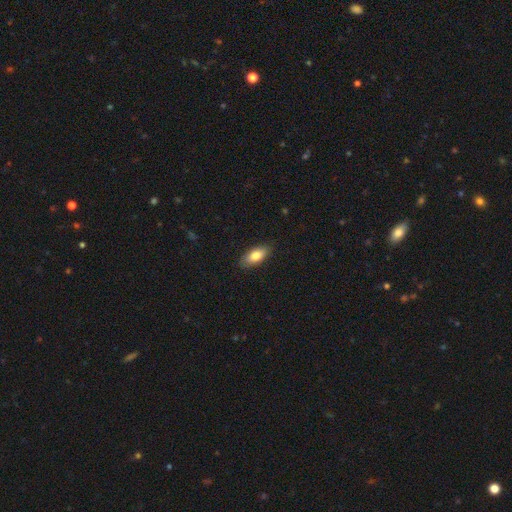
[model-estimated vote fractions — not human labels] Smooth or featured?
  - smooth: 81% *
  - featured or disk: 12%
  - star or artifact: 6%
How rounded?
  - in between: 86% *
  - cigar-shaped: 11%
  - round: 3%
Merging?
  - none: 86% *
  - minor disturbance: 11%
  - major disturbance: 2%
  - merger: 1%